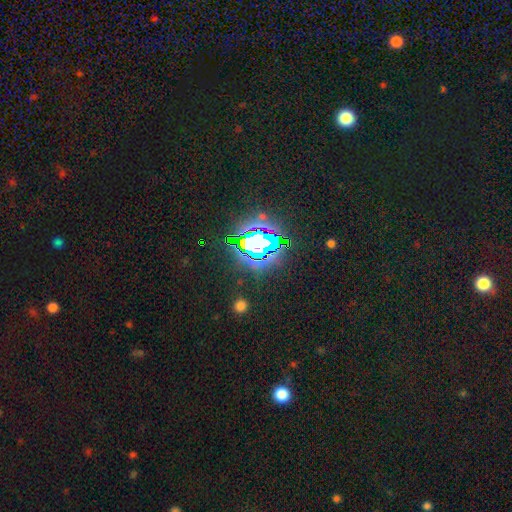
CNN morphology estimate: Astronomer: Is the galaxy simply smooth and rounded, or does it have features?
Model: star or artifact — 74%.